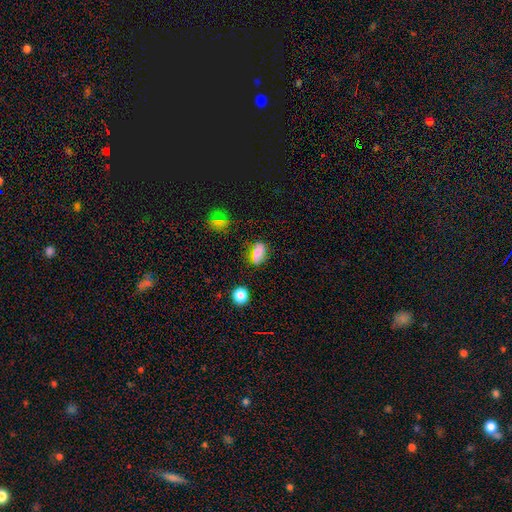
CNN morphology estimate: The model was most divided on "smooth or featured": smooth: 71%, star or artifact: 18%, featured or disk: 10%. More confident: how rounded — in between (76%); merging — none (75%).